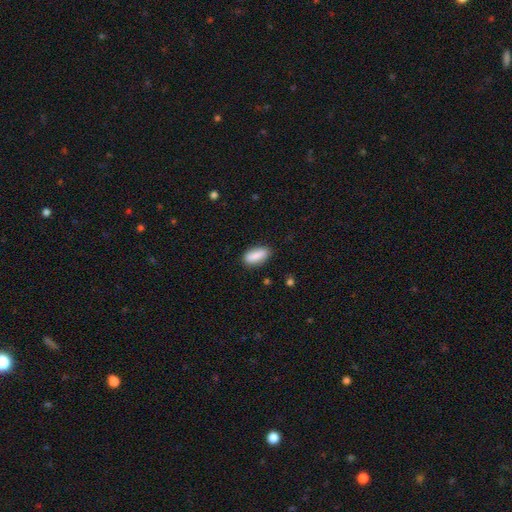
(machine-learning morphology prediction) A smooth galaxy with no disk features (86%) that is in between round and cigar-shaped (81%).

Vote fractions:
- Smooth or featured? smooth: 86% / featured or disk: 7% / star or artifact: 7%
- How rounded? in between: 81% / cigar-shaped: 16% / round: 3%
- Merging? none: 82% / minor disturbance: 13% / major disturbance: 3% / merger: 2%